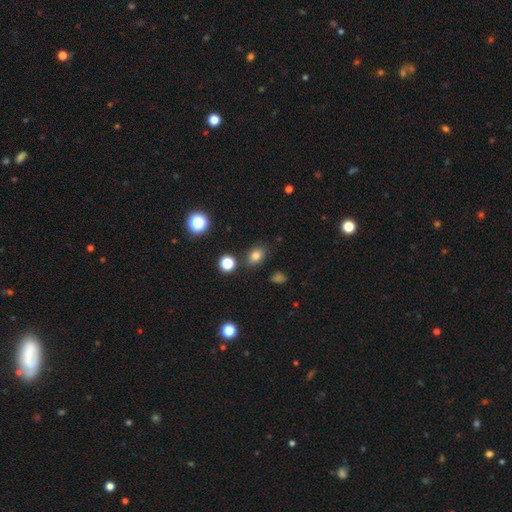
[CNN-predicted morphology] Q: Smooth or featured?
A: smooth (79%); runner-up: star or artifact (14%)
Q: How rounded?
A: in between (65%); runner-up: round (34%)
Q: Merging?
A: none (81%); runner-up: minor disturbance (11%)